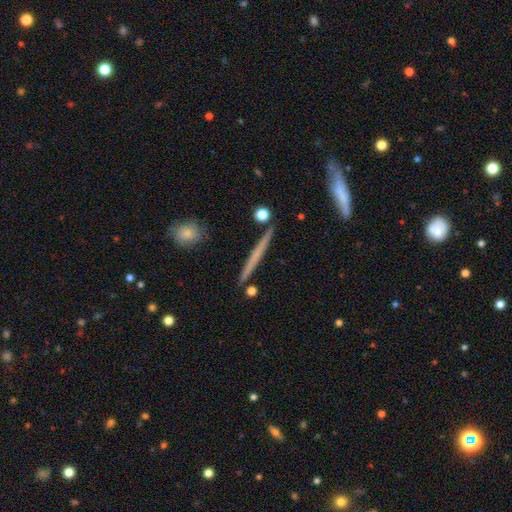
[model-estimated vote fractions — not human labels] Smooth or featured: featured or disk — 49% (smooth — 43%)
Merging: none — 89% (minor disturbance — 7%)